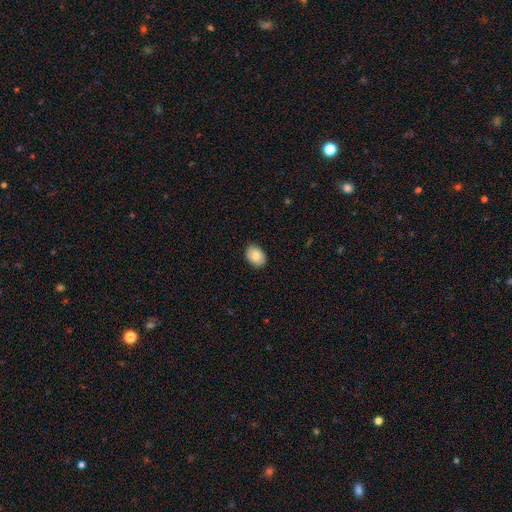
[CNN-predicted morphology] smooth_or_featured: smooth (p=0.84) [alt: featured or disk p=0.09]
how_rounded: in between (p=0.77) [alt: round p=0.22]
merging: none (p=0.88) [alt: minor disturbance p=0.09]